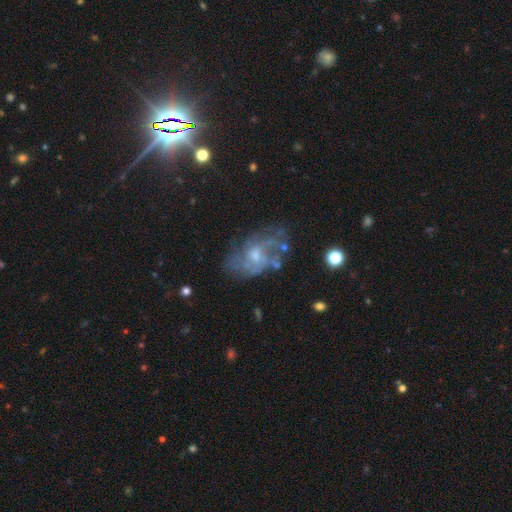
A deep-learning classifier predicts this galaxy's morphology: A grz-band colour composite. It shows a featured or disk galaxy (73%) with no bar (66%), medium (42%) spiral arms (72%) and a small central bulge (46%). Merging: none (54%).